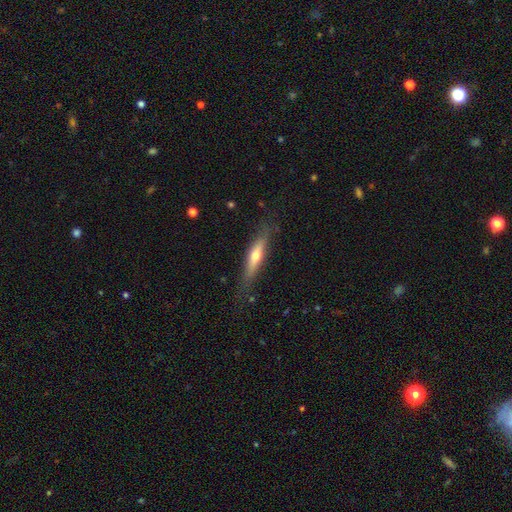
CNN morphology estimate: This appears to be a featured or disk galaxy (49%). Merging: none (79%).